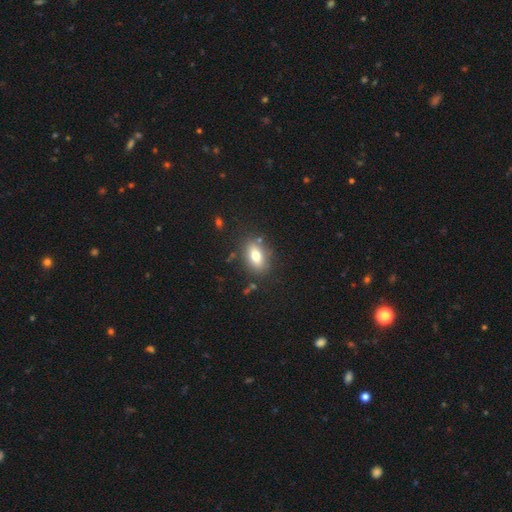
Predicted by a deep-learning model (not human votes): Smooth or featured? Predicted: smooth (p=0.73). How rounded? Predicted: in between (p=0.83). Merging? Predicted: none (p=0.81).